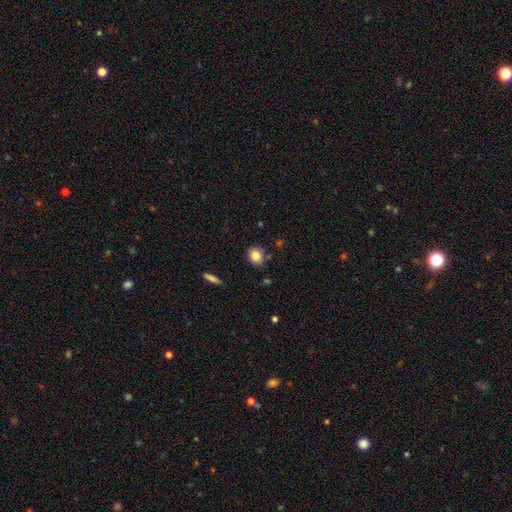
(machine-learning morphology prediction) Q: Smooth or featured?
A: smooth (82%); runner-up: star or artifact (10%)
Q: How rounded?
A: round (73%); runner-up: in between (26%)
Q: Merging?
A: none (82%); runner-up: minor disturbance (13%)